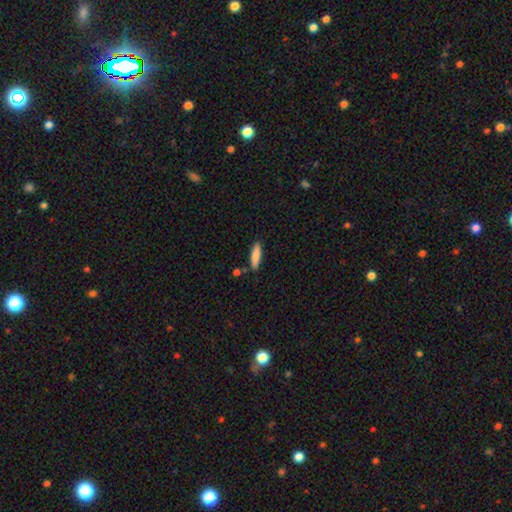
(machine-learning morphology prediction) Smooth or featured?
  - smooth: 83% *
  - featured or disk: 11%
  - star or artifact: 6%
How rounded?
  - cigar-shaped: 73% *
  - in between: 26%
  - round: 2%
Merging?
  - none: 83% *
  - minor disturbance: 11%
  - merger: 4%
  - major disturbance: 2%